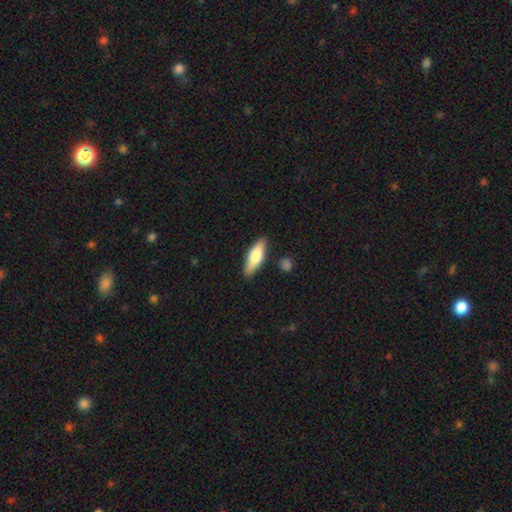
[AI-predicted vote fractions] Morphology: type=smooth (70%); roundness=in between (56%); merging=none (85%).